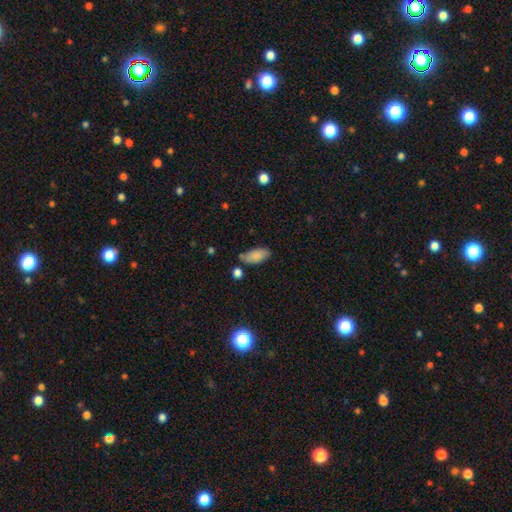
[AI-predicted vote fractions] The model was most divided on "merging": none: 73%, minor disturbance: 17%, merger: 7%, major disturbance: 4%. More confident: how rounded — in between (89%); smooth or featured — smooth (85%).